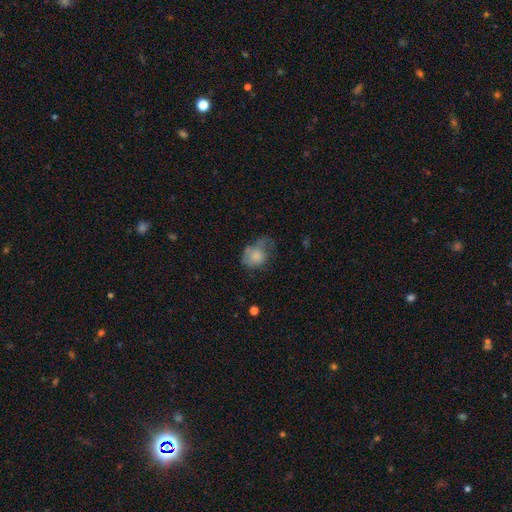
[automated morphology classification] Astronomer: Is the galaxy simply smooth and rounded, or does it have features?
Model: smooth — 68%.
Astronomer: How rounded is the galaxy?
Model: in between — 57% (runner-up: round, 42%).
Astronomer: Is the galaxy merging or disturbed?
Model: major disturbance — 40% (runner-up: minor disturbance, 30%).